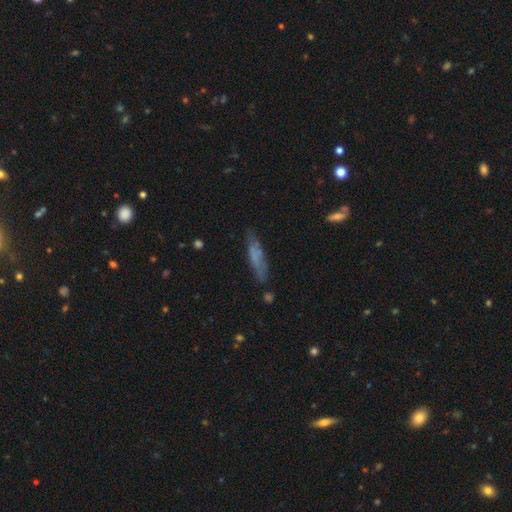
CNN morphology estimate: Smooth or featured?
  - smooth: 57% *
  - featured or disk: 34%
  - star or artifact: 8%
How rounded?
  - cigar-shaped: 81% *
  - in between: 18%
  - round: 2%
Merging?
  - none: 69% *
  - minor disturbance: 21%
  - major disturbance: 6%
  - merger: 3%